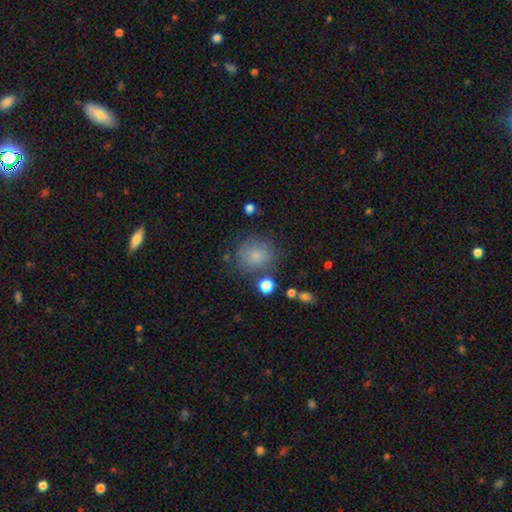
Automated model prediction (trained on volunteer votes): The model was most divided on "merging": none: 74%, minor disturbance: 15%, major disturbance: 6%, merger: 5%. More confident: how rounded — round (86%); smooth or featured — smooth (77%).